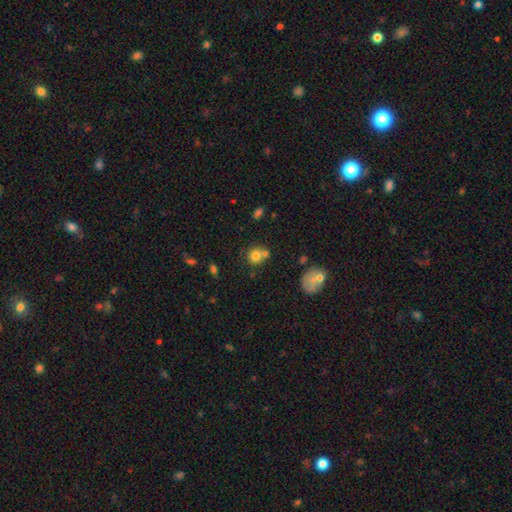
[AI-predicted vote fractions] This appears to be a smooth galaxy with no disk features (77%) that is round (85%). Merging: none (53%).